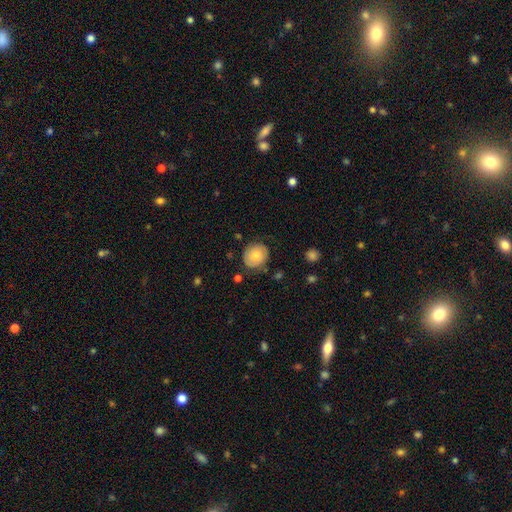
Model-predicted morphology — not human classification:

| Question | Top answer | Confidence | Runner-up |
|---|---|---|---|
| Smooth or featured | smooth | 64% | featured or disk (29%) |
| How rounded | round | 80% | in between (19%) |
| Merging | none | 77% | minor disturbance (16%) |